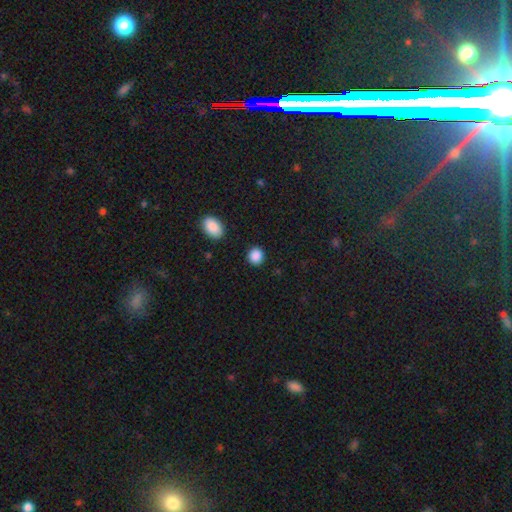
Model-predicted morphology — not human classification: This appears to be a smooth galaxy with no disk features (89%) that is round (81%). Merging: none (89%).